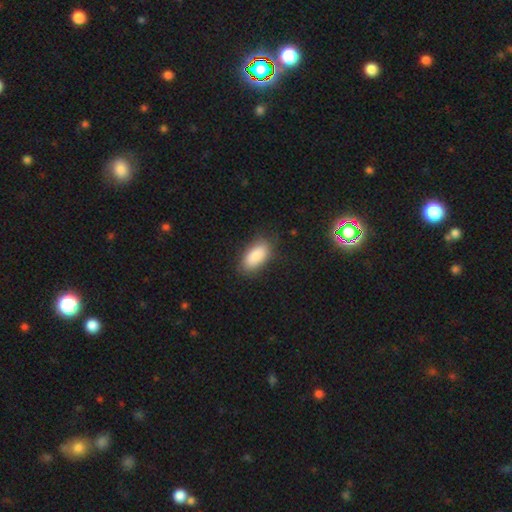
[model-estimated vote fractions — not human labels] Overall: smooth (88%). How rounded: in between (91%). Merging: none (82%).